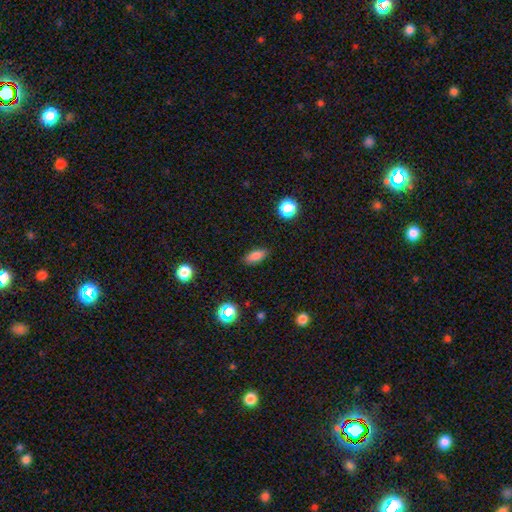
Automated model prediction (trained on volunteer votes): Morphology: type=smooth (83%); roundness=in between (80%); merging=none (87%).